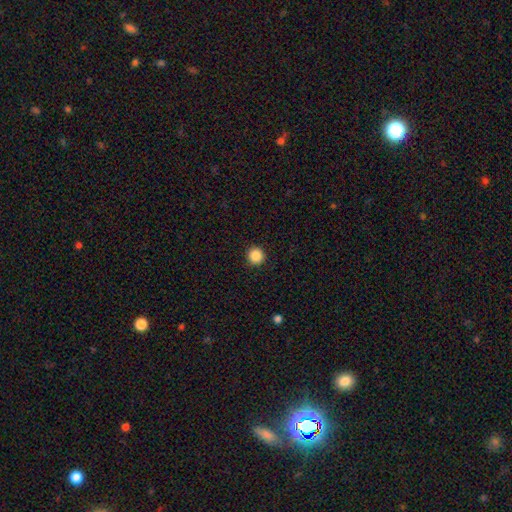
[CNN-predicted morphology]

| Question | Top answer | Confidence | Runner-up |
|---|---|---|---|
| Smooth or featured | smooth | 87% | star or artifact (10%) |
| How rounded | round | 95% | in between (4%) |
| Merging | none | 93% | minor disturbance (5%) |